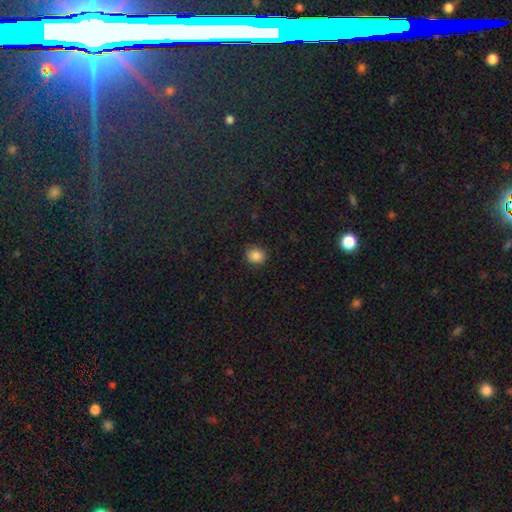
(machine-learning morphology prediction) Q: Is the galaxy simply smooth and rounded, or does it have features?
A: smooth — 85%.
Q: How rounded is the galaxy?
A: round — 75%.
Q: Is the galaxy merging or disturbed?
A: none — 87%.